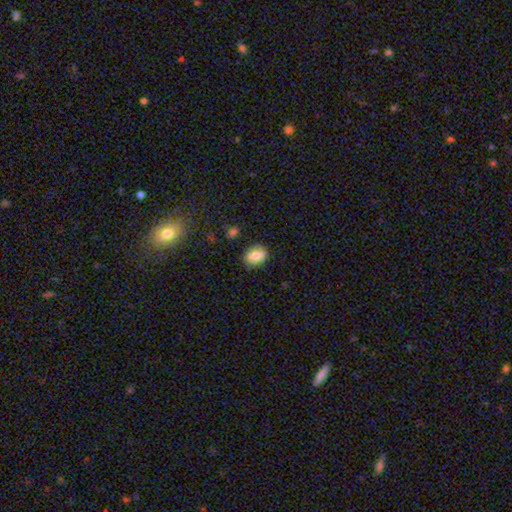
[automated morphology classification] This appears to be a smooth galaxy with no disk features (75%) that is in between round and cigar-shaped (57%). Merging: none (82%).